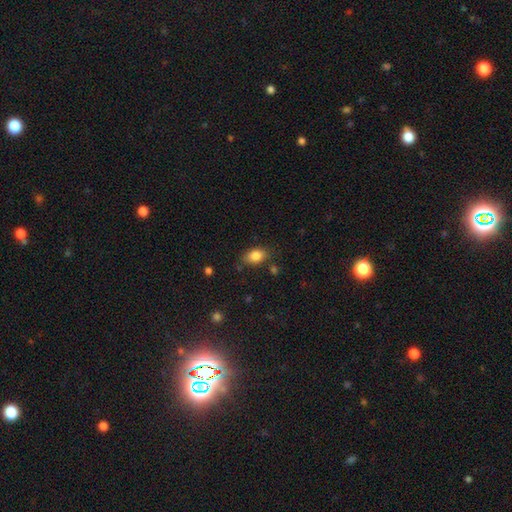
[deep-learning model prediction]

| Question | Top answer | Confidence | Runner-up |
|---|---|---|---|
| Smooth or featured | smooth | 85% | star or artifact (9%) |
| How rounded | in between | 83% | round (15%) |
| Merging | none | 77% | minor disturbance (16%) |